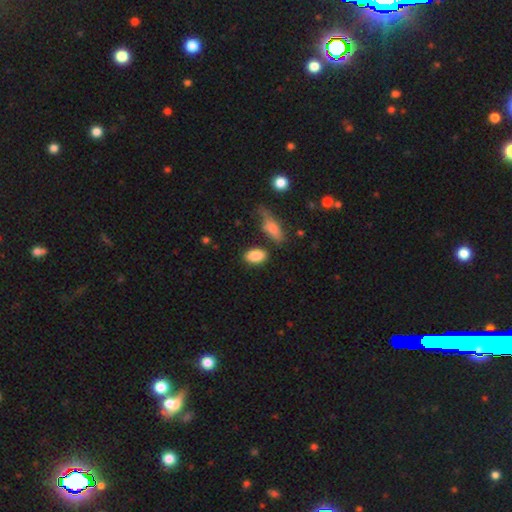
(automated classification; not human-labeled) Smooth or featured? Predicted: smooth (p=0.85). How rounded? Predicted: in between (p=0.89). Merging? Predicted: none (p=0.79).